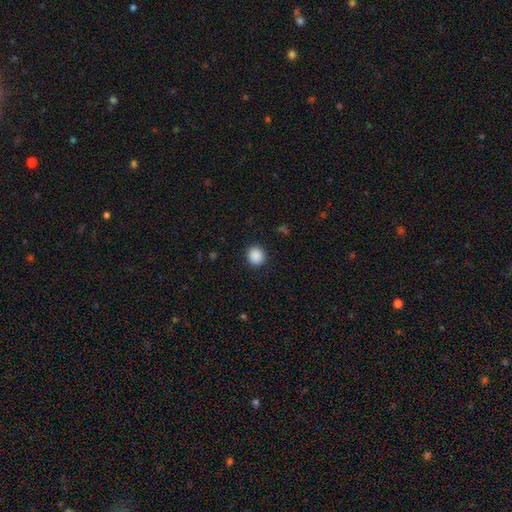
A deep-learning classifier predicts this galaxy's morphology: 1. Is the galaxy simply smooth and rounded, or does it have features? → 89% smooth, 9% star or artifact, 2% featured or disk.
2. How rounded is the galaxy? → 88% round, 11% in between, 1% cigar-shaped.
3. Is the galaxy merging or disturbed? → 90% none, 6% minor disturbance, 2% major disturbance, 1% merger.